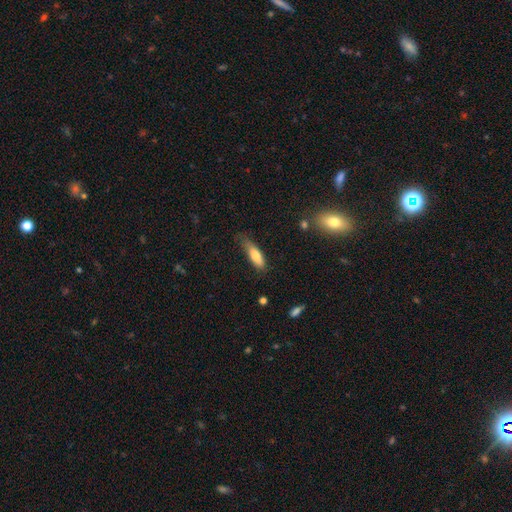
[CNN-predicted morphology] This appears to be a smooth galaxy with no disk features (79%) that is in between round and cigar-shaped (52%). Merging: none (52%).